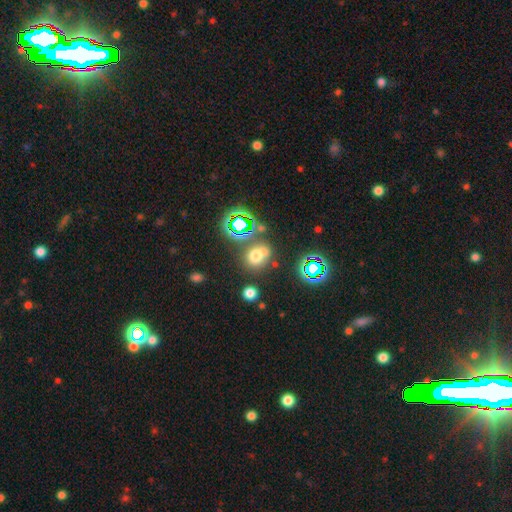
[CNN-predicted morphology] smooth-or-featured: smooth: 59% | star or artifact: 28% | featured or disk: 12%
  how-rounded: round: 68% | in between: 31% | cigar-shaped: 1%
  merging: none: 58% | merger: 21% | minor disturbance: 14% | major disturbance: 7%